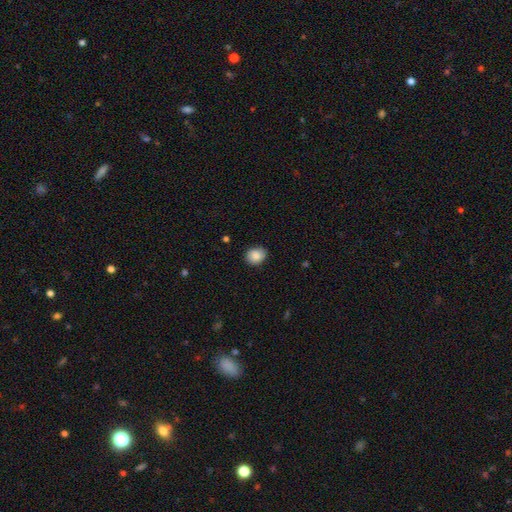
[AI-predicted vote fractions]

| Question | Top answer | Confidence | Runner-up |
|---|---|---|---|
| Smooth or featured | smooth | 87% | star or artifact (8%) |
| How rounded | round | 55% | in between (44%) |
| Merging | none | 86% | minor disturbance (11%) |